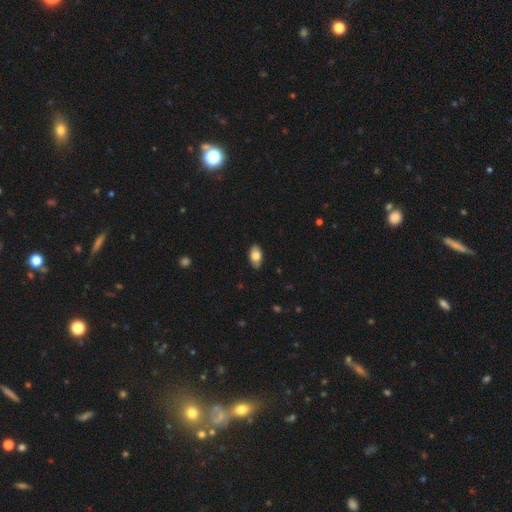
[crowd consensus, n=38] This appears to be a smooth galaxy with no disk features (74%) that is in between round and cigar-shaped (96%). Merging: none (91%).